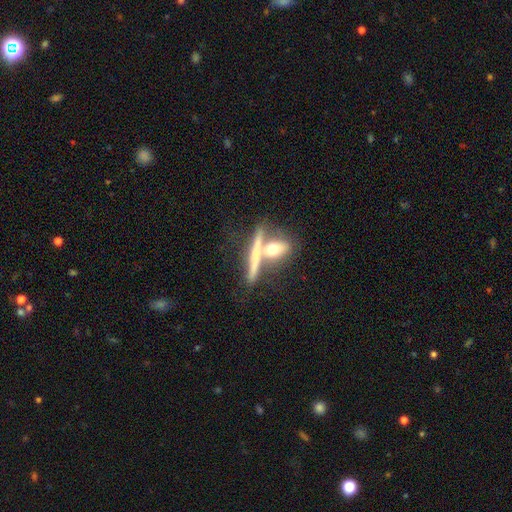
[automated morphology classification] This is possibly a featured or disk galaxy (50%). It is likely viewed edge-on (78%). Merging: marginally none (44%).